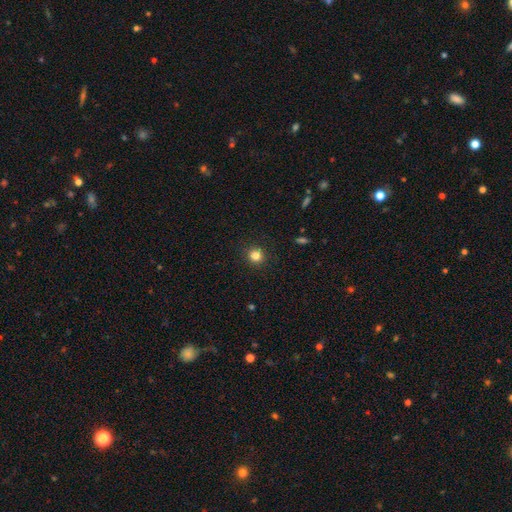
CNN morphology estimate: Q: Smooth or featured?
A: smooth (83%); runner-up: star or artifact (12%)
Q: How rounded?
A: round (93%); runner-up: in between (6%)
Q: Merging?
A: none (91%); runner-up: minor disturbance (6%)